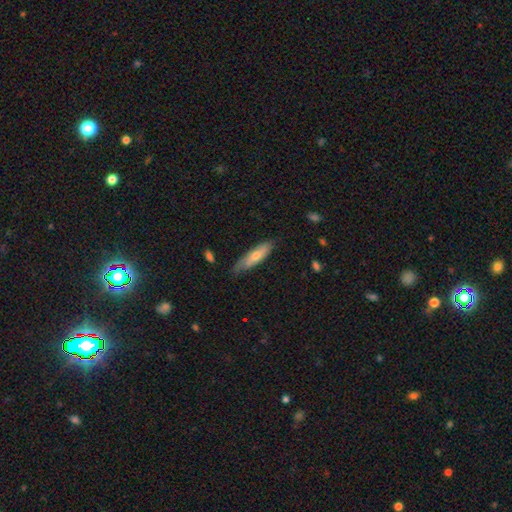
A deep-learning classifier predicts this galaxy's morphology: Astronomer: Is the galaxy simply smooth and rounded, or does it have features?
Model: smooth — 61%.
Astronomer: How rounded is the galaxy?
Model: cigar-shaped — 65%.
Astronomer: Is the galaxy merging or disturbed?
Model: none — 69%.